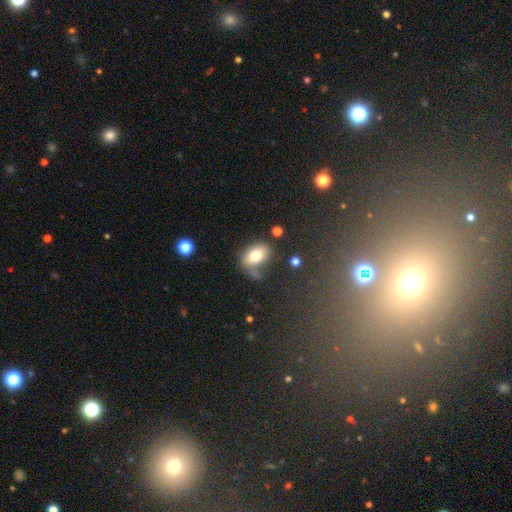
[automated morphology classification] The model was most divided on "merging": none: 48%, minor disturbance: 24%, major disturbance: 14%, merger: 14%. More confident: how rounded — in between (85%); smooth or featured — smooth (77%).